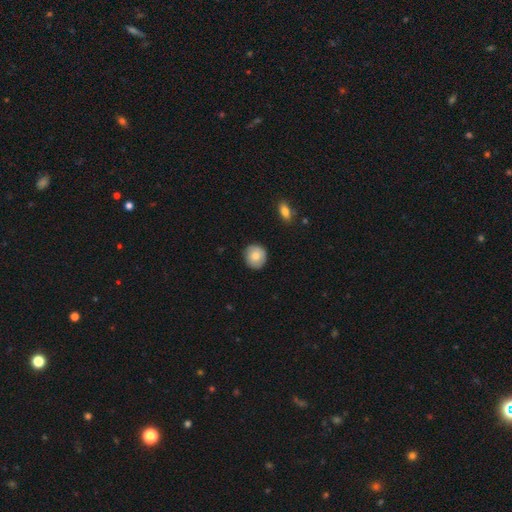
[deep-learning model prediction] This appears to be a smooth galaxy with no disk features (76%) that is round (90%). Merging: none (87%).